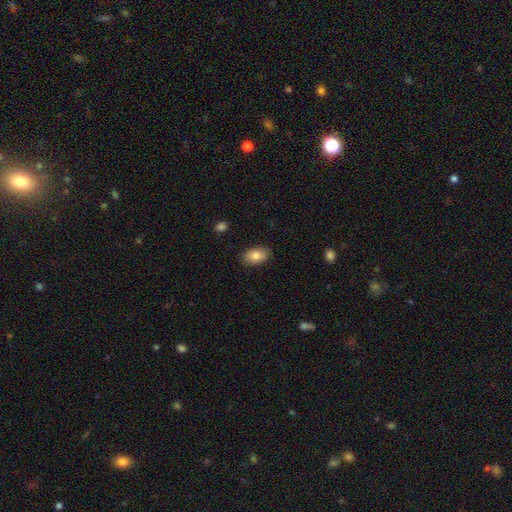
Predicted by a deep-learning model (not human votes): This is clearly a smooth galaxy (84%). How rounded: clearly in between (91%). Merging: clearly none (87%).